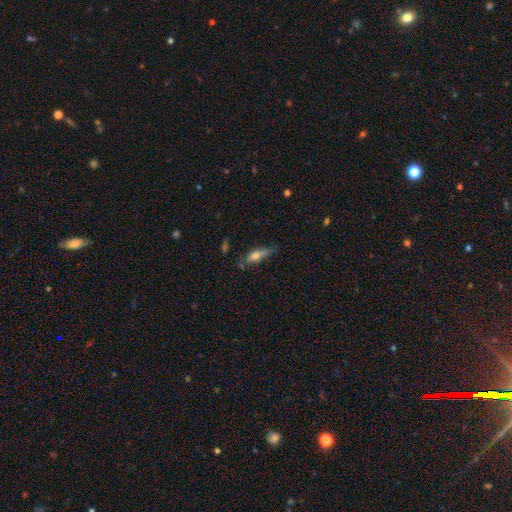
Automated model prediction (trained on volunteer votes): This appears to be a smooth galaxy with no disk features (63%) that is cigar-shaped (54%). Merging: none (66%).